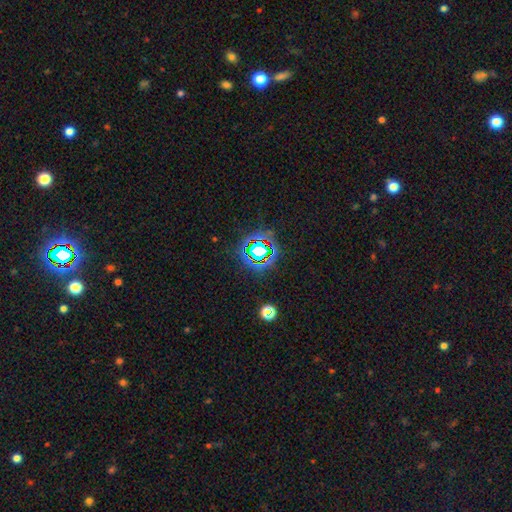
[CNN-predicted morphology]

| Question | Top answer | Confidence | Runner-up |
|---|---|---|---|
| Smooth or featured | star or artifact | 68% | smooth (20%) |